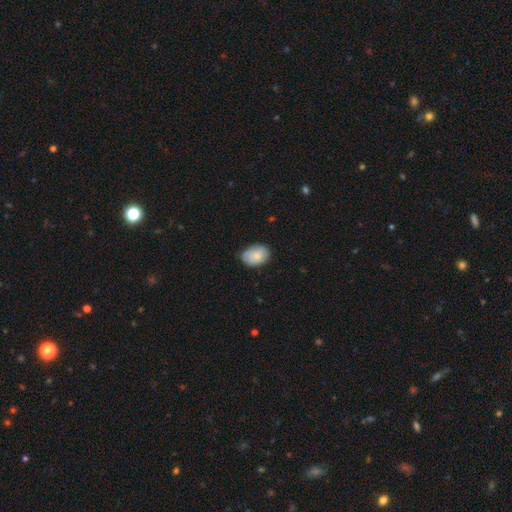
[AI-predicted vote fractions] The model was most divided on "merging": none: 69%, minor disturbance: 26%, major disturbance: 4%, merger: 1%. More confident: how rounded — in between (80%); smooth or featured — smooth (72%).